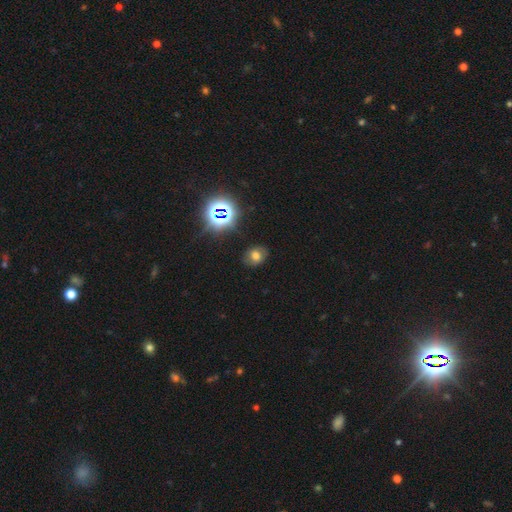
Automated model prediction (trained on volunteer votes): Smooth or featured: smooth — 63% (star or artifact — 23%)
How rounded: in between — 55% (round — 44%)
Merging: none — 82% (minor disturbance — 13%)